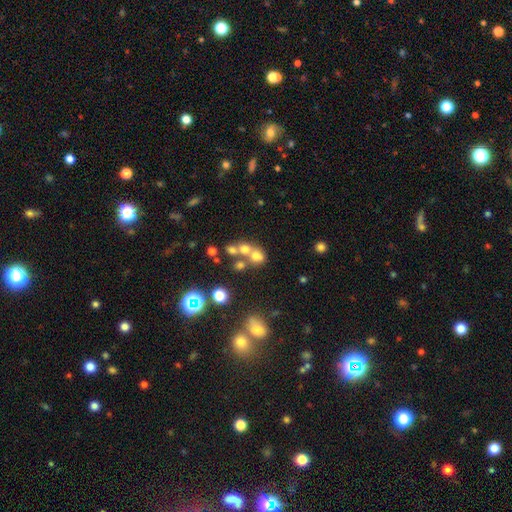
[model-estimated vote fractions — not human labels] This is likely a smooth galaxy (63%). How rounded: likely round (72%). Merging: possibly merger (50%).